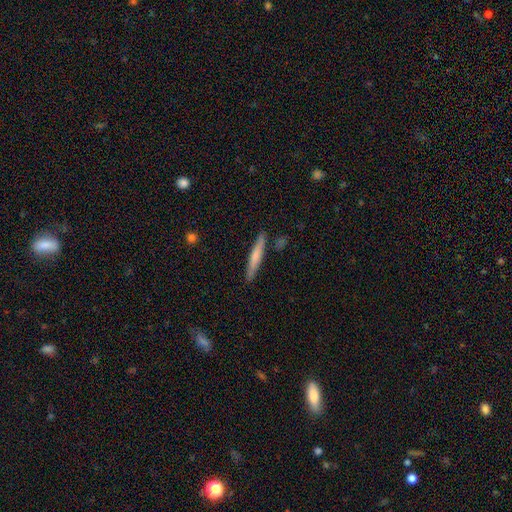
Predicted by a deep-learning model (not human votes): Q: Smooth or featured?
A: smooth (61%); runner-up: featured or disk (33%)
Q: How rounded?
A: cigar-shaped (95%); runner-up: in between (4%)
Q: Merging?
A: none (87%); runner-up: minor disturbance (9%)